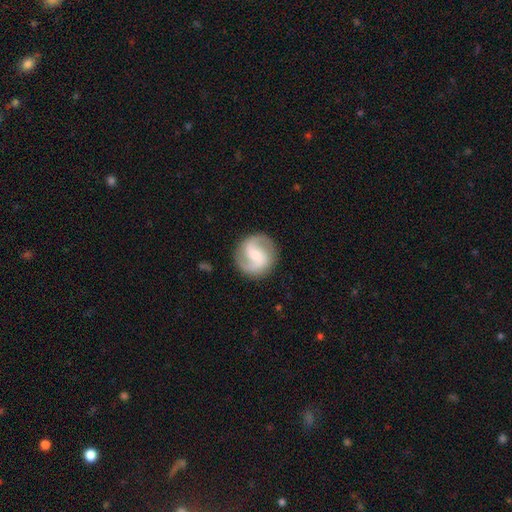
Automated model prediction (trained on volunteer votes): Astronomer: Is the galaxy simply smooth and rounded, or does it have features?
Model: featured or disk — 82%.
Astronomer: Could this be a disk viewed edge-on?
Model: no — 98%.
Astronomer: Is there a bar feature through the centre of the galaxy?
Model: weak — 47% (runner-up: no, 32%).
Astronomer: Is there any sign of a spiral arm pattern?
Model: yes — 96%.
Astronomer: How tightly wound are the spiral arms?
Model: medium — 52%.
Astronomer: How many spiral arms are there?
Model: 2 — 92%.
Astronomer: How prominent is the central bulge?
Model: small — 50% (runner-up: moderate, 43%).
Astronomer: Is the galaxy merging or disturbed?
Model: none — 87%.